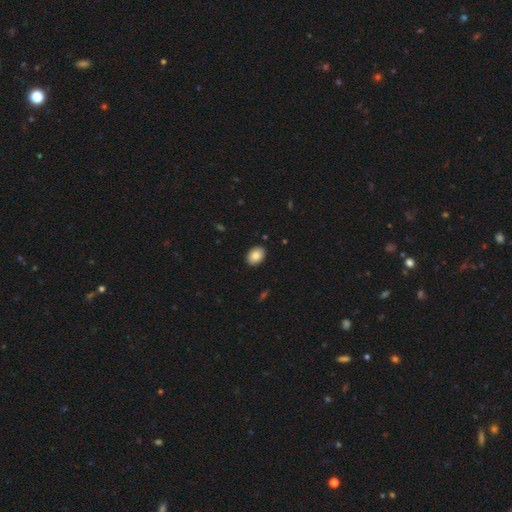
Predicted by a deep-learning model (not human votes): A smooth galaxy with no disk features (86%) that is in between round and cigar-shaped (78%). Merging: none (91%).